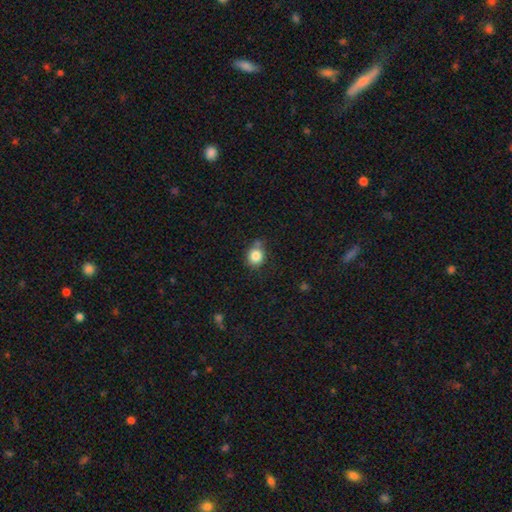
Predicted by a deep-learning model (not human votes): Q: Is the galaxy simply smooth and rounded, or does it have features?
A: smooth — 84%.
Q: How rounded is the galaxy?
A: round — 81%.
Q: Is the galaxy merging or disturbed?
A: none — 65%.